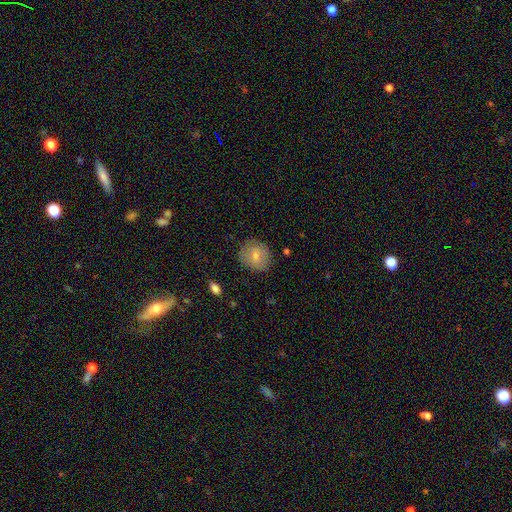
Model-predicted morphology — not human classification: This is likely a smooth galaxy (74%). How rounded: likely round (80%). Merging: clearly none (81%).